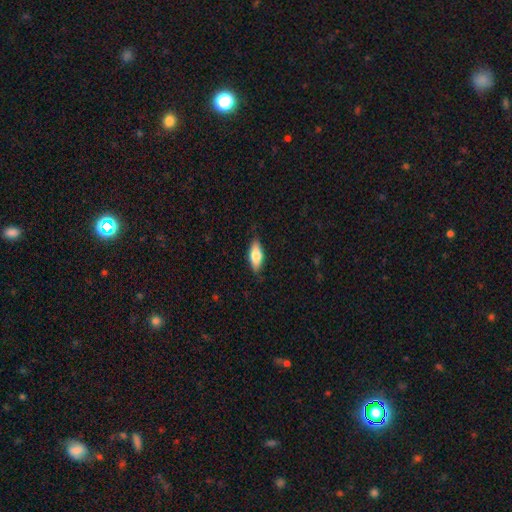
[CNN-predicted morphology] smooth-or-featured: smooth: 72% | featured or disk: 21% | star or artifact: 6%
  how-rounded: in between: 74% | cigar-shaped: 24% | round: 3%
  merging: none: 83% | minor disturbance: 13% | major disturbance: 3% | merger: 1%